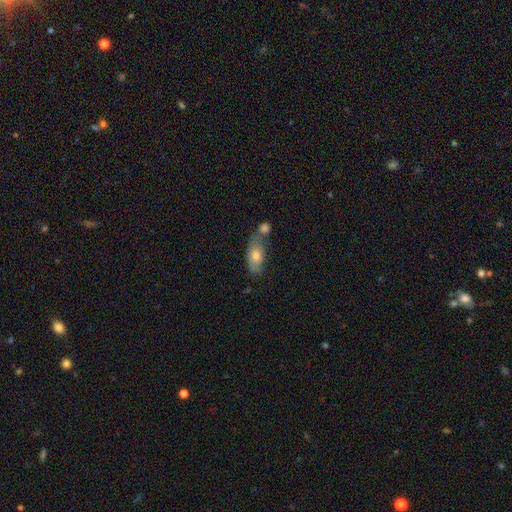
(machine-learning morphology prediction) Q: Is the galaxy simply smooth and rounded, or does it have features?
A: smooth — 70%.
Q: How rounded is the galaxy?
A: in between — 85%.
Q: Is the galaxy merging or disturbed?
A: none — 44%.